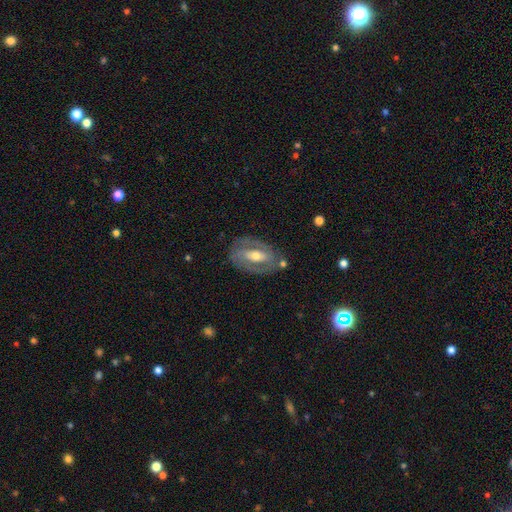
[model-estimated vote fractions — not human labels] Q: Smooth or featured?
A: featured or disk (74%); runner-up: smooth (19%)
Q: Edge-on disk?
A: no (91%); runner-up: yes (9%)
Q: Bar?
A: strong (39%); runner-up: weak (35%)
Q: Spiral arms?
A: yes (63%); runner-up: no (37%)
Q: Bulge size?
A: moderate (63%); runner-up: small (30%)
Q: Merging?
A: none (76%); runner-up: minor disturbance (15%)